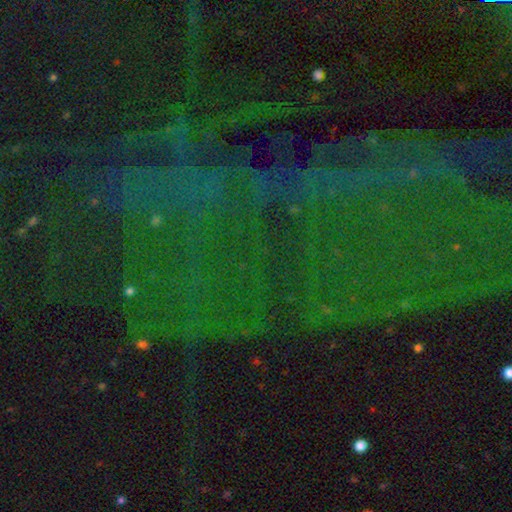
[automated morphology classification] smooth_or_featured: star or artifact (p=0.82) [alt: featured or disk p=0.09]